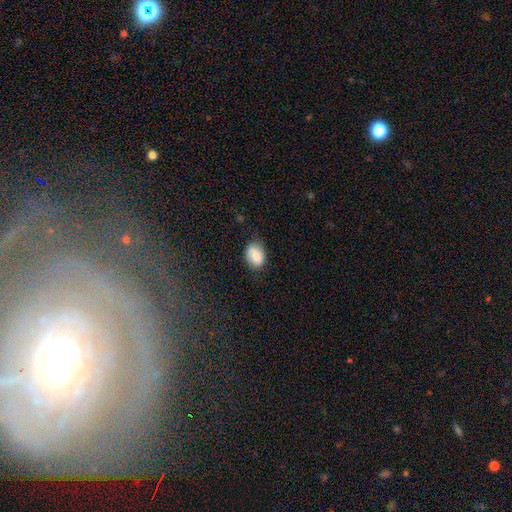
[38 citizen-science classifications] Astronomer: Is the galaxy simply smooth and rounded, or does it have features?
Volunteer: smooth — 82%.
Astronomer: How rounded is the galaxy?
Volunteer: in between — 71%.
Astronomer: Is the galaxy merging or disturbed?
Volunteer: none — 46%, tied with minor disturbance at 46%.